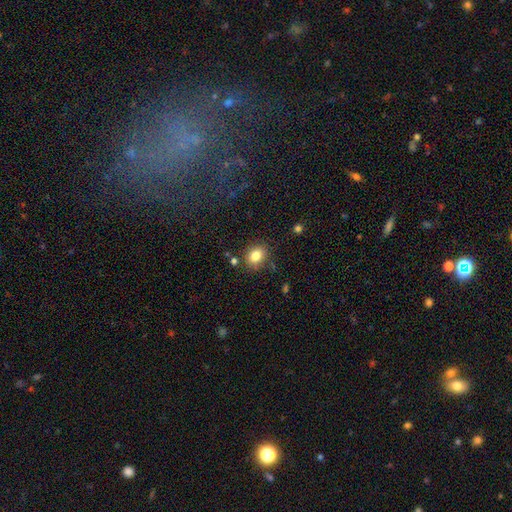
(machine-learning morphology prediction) This appears to be a smooth galaxy with no disk features (83%) that is in between round and cigar-shaped (59%). Merging: none (81%).